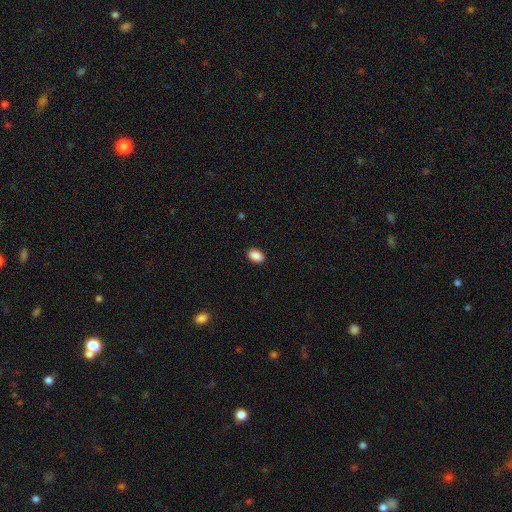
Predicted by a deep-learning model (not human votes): This is clearly a smooth galaxy (89%). How rounded: clearly in between (91%). Merging: clearly none (90%).